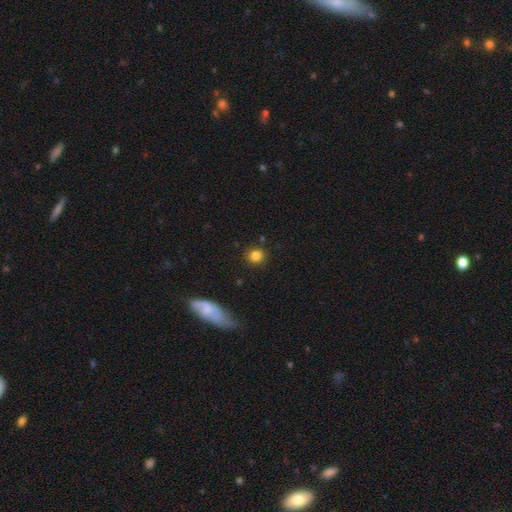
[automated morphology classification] A smooth galaxy with no disk features (83%) that is round (89%). Merging: none (86%).